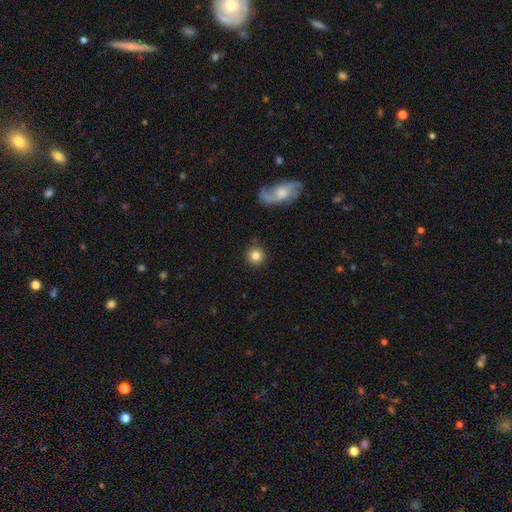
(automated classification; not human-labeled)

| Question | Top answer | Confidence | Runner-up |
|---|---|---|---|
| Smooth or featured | smooth | 82% | star or artifact (9%) |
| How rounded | round | 94% | in between (5%) |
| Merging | none | 87% | minor disturbance (8%) |